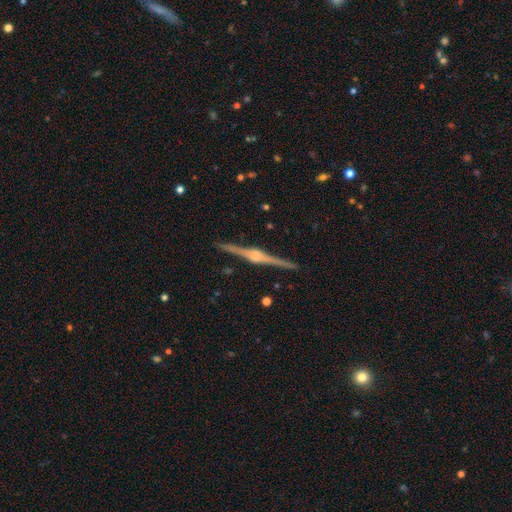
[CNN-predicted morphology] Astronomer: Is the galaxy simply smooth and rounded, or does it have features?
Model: featured or disk — 90%.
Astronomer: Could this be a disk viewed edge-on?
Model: yes — 99%.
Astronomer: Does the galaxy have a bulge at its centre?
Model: rounded — 80%.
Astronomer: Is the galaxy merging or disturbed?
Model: none — 93%.